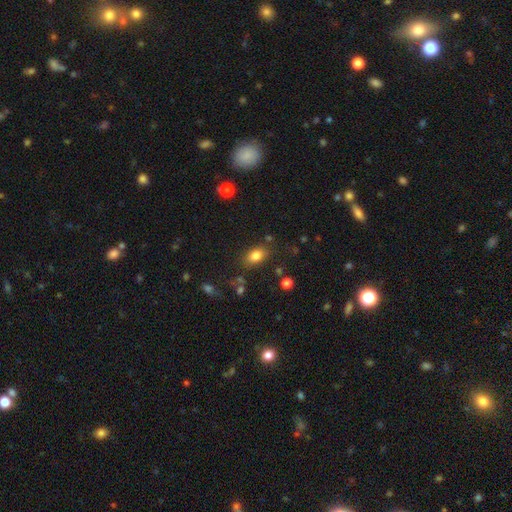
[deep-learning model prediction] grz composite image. It shows a smooth galaxy with no disk features (82%) that is in between round and cigar-shaped (81%). Merging: none (77%).